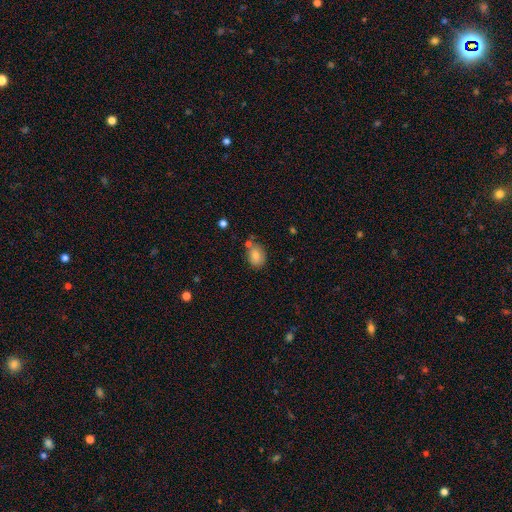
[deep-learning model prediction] smooth 81%, featured or disk 10%, star or artifact 9%. Down the decision tree: how rounded — in between (68%); merging — none (69%).